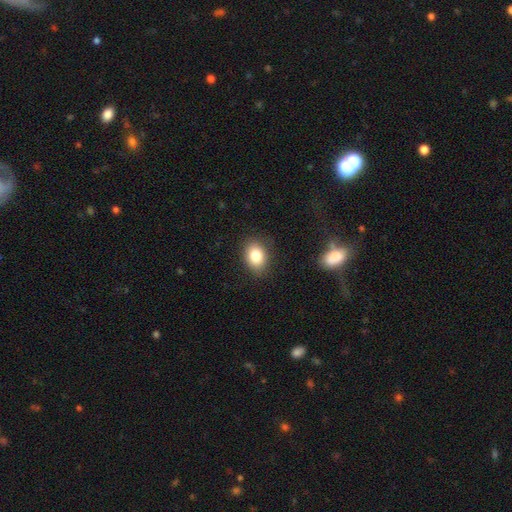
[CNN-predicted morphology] Smooth or featured? Predicted: smooth (p=0.82). How rounded? Predicted: in between (p=0.70). Merging? Predicted: none (p=0.84).